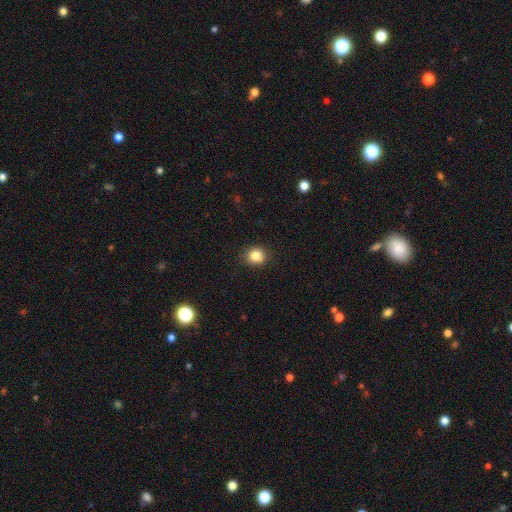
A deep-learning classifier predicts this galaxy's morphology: A smooth galaxy with no disk features (84%) that is round (73%). Merging: none (84%).